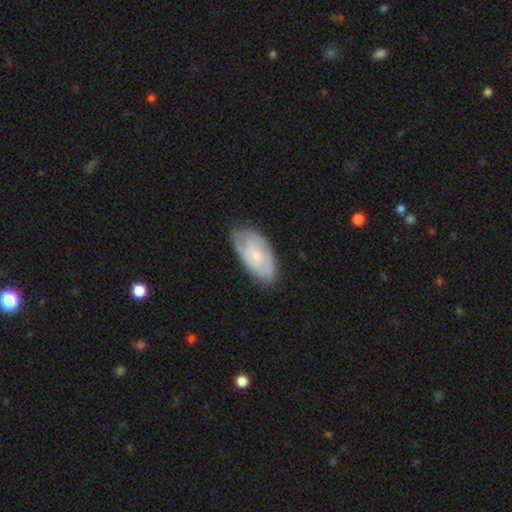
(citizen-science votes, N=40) smooth 60%, featured or disk 38%, star or artifact 2%. Down the decision tree: how rounded — in between (88%); merging — none (64%).